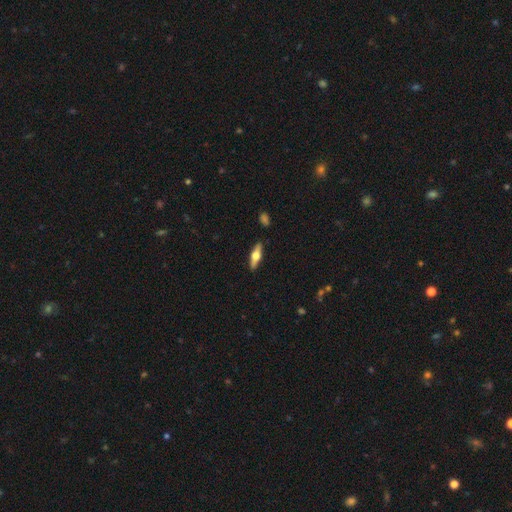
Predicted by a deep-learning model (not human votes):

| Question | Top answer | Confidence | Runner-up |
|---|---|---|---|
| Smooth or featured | featured or disk | 58% | smooth (36%) |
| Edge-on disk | yes | 93% | no (7%) |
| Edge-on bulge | rounded | 95% | boxy (4%) |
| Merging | none | 89% | minor disturbance (8%) |